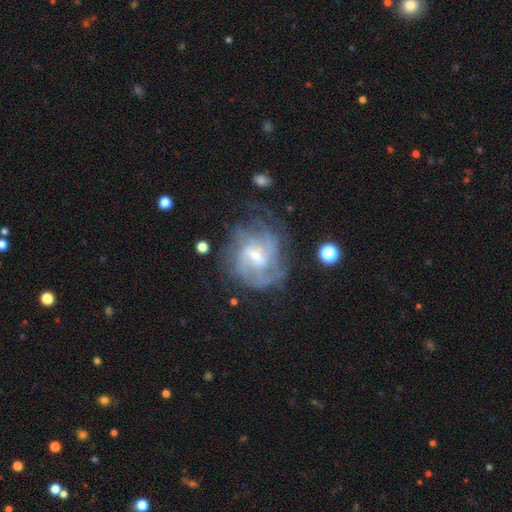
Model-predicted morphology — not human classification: featured or disk 80%, smooth 12%, star or artifact 8%. Down the decision tree: edge-on disk — no (97%); bar — weak (57%); spiral arms — yes (89%); spiral arm count — can't tell (41%); spiral winding — medium (42%); bulge size — small (57%); merging — none (57%).